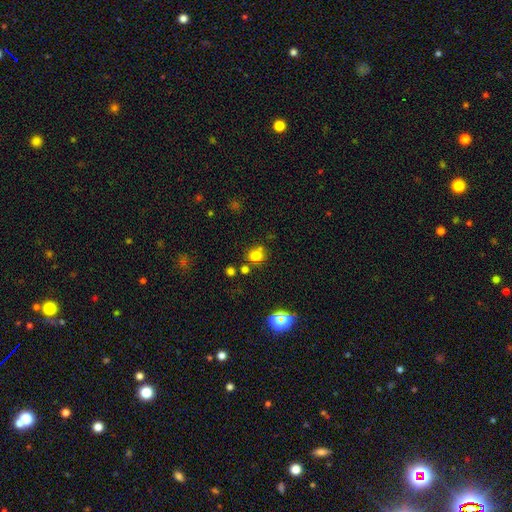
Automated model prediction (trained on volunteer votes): A smooth galaxy with no disk features (75%) that is round (77%). Merging: none (67%).